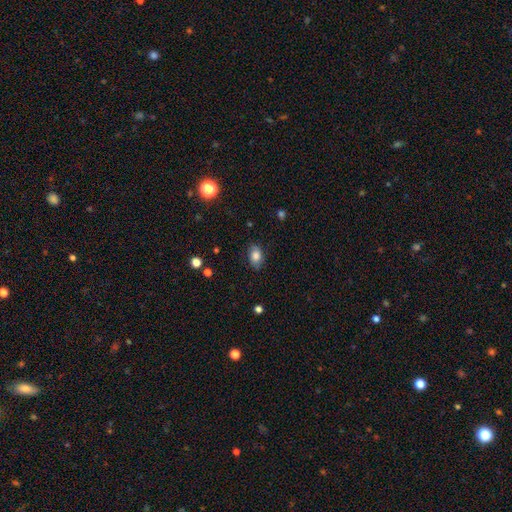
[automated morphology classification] Smooth or featured: smooth — 78% (featured or disk — 13%)
How rounded: in between — 83% (round — 16%)
Merging: none — 79% (minor disturbance — 16%)